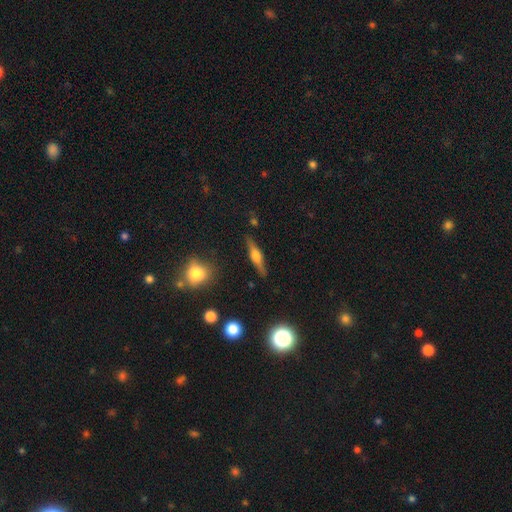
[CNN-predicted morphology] Smooth or featured? Predicted: featured or disk (p=0.70). Edge-on disk? Predicted: yes (p=0.96). Edge-on bulge? Predicted: rounded (p=0.89). Merging? Predicted: none (p=0.86).